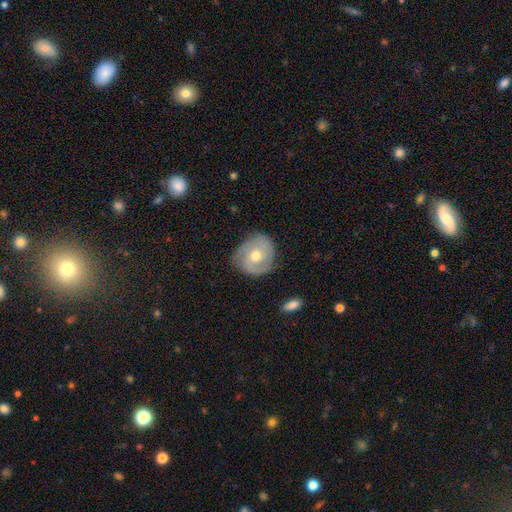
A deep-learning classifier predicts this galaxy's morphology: This is possibly a featured or disk galaxy (59%). It is clearly not viewed edge-on (96%). Bar: likely no (75%). Spiral arm pattern: clearly yes (81%). Central bulge: likely moderate (73%). Merging: likely none (75%).